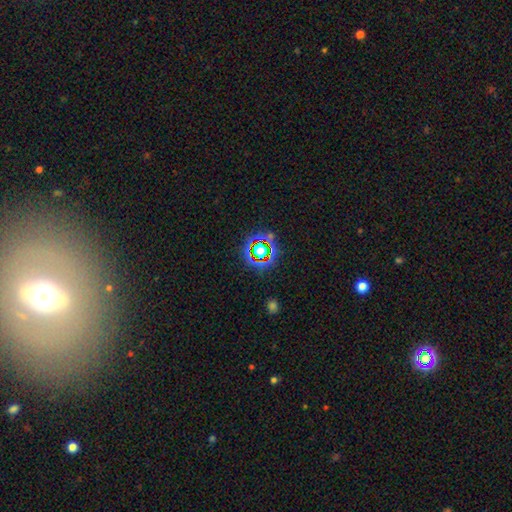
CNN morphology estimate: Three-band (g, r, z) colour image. It shows a star or artifact, not a galaxy (67%).